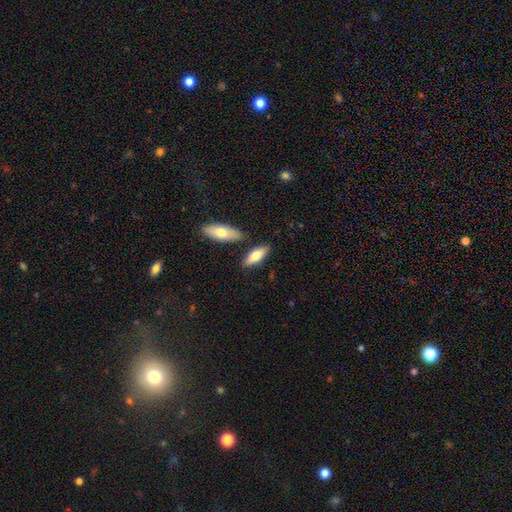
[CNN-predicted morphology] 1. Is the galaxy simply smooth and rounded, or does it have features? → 71% smooth, 24% featured or disk, 5% star or artifact.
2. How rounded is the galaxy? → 67% in between, 31% cigar-shaped, 2% round.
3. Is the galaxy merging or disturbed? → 77% none, 11% minor disturbance, 9% merger, 3% major disturbance.